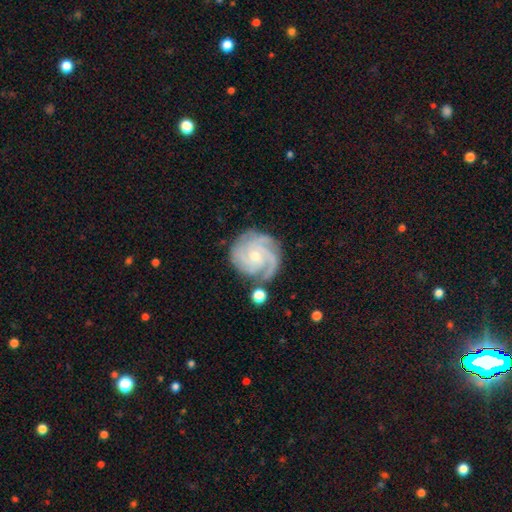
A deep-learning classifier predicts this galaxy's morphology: Smooth or featured?
  - featured or disk: 88% *
  - smooth: 6%
  - star or artifact: 5%
Edge-on disk?
  - no: 98% *
  - yes: 2%
Bar?
  - no: 71% *
  - weak: 24%
  - strong: 5%
Spiral arms?
  - yes: 98% *
  - no: 2%
Spiral winding?
  - tight: 68% *
  - medium: 27%
  - loose: 4%
Spiral arm count?
  - 3: 42% *
  - 4: 23%
  - can't tell: 14%
  - 2: 10%
  - more than 4: 6%
  - 1: 6%
Bulge size?
  - small: 60% *
  - moderate: 37%
  - none: 1%
  - large: 1%
  - dominant: 1%
Merging?
  - none: 74% *
  - minor disturbance: 17%
  - major disturbance: 6%
  - merger: 4%